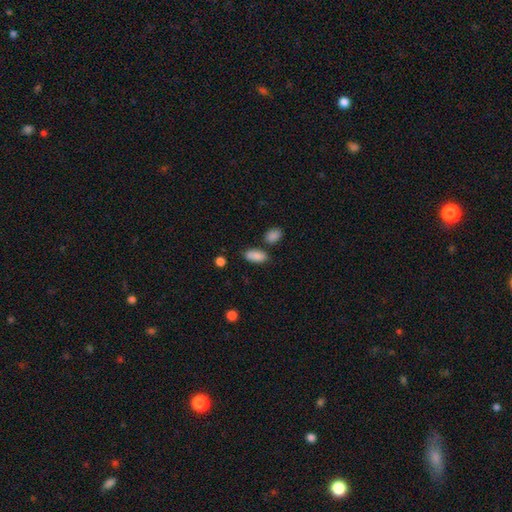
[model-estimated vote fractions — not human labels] Overall: smooth (86%). How rounded: in between (90%). Merging: none (71%).